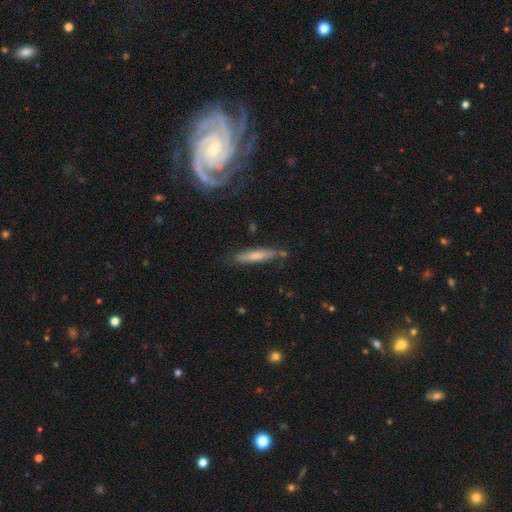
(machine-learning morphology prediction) Smooth or featured?
  - smooth: 63% *
  - featured or disk: 31%
  - star or artifact: 6%
How rounded?
  - cigar-shaped: 91% *
  - in between: 8%
  - round: 1%
Merging?
  - none: 80% *
  - minor disturbance: 13%
  - merger: 4%
  - major disturbance: 3%